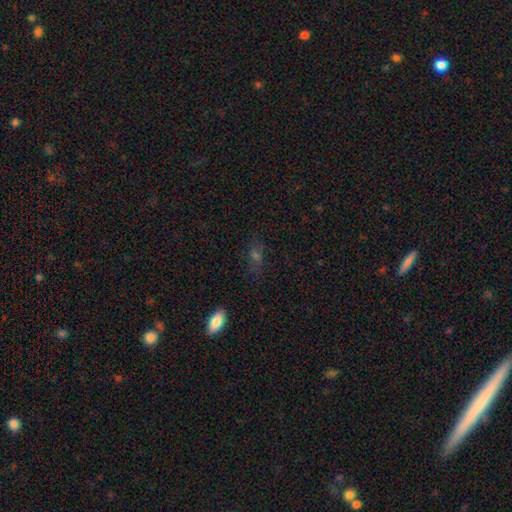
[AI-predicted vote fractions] smooth-or-featured: smooth: 50% | star or artifact: 31% | featured or disk: 19%
  how-rounded: in between: 71% | round: 16% | cigar-shaped: 13%
  merging: none: 73% | minor disturbance: 16% | major disturbance: 7% | merger: 4%